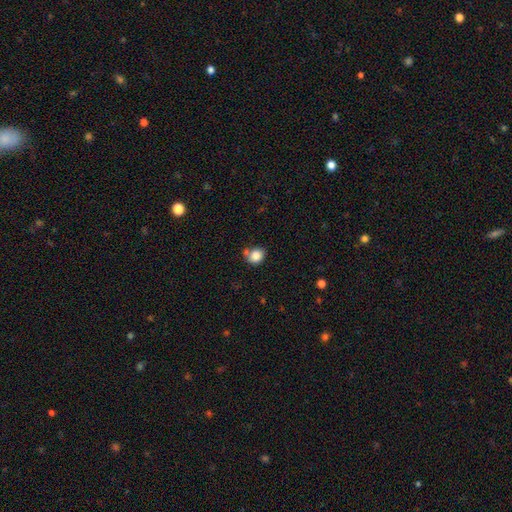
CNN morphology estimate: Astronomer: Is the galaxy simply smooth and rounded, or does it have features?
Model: smooth — 84%.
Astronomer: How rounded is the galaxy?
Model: round — 67%.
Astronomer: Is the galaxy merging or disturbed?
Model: none — 57%.